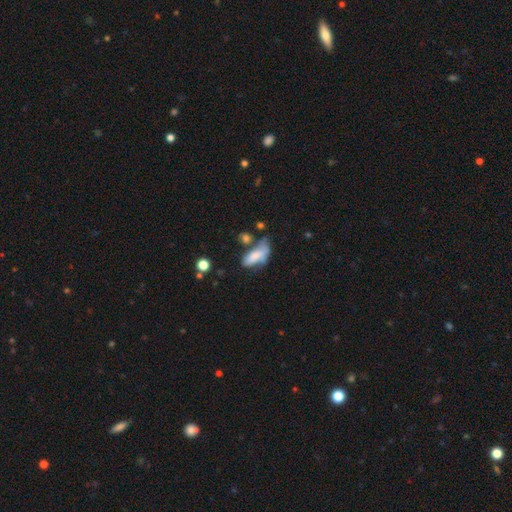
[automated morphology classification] Q: Smooth or featured?
A: smooth (69%); runner-up: featured or disk (22%)
Q: How rounded?
A: in between (82%); runner-up: cigar-shaped (15%)
Q: Merging?
A: none (30%); runner-up: minor disturbance (29%)